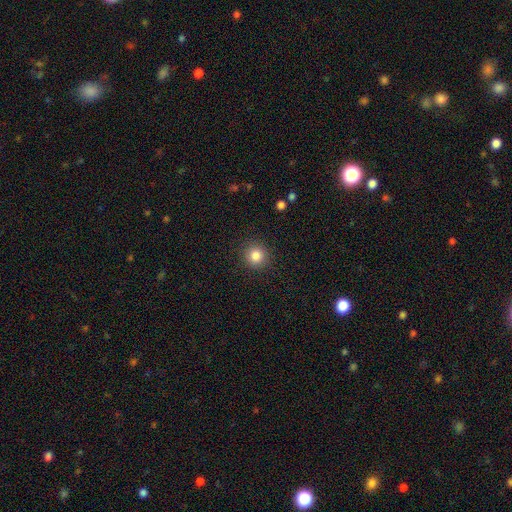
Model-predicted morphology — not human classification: smooth_or_featured: smooth (p=0.84) [alt: star or artifact p=0.11]
how_rounded: round (p=0.93) [alt: in between p=0.06]
merging: none (p=0.91) [alt: minor disturbance p=0.06]